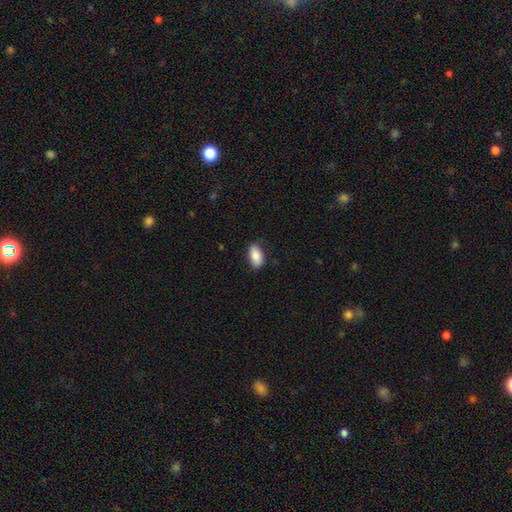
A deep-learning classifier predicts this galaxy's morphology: smooth_or_featured: smooth (p=0.85) [alt: featured or disk p=0.08]
how_rounded: in between (p=0.92) [alt: cigar-shaped p=0.04]
merging: none (p=0.81) [alt: minor disturbance p=0.15]